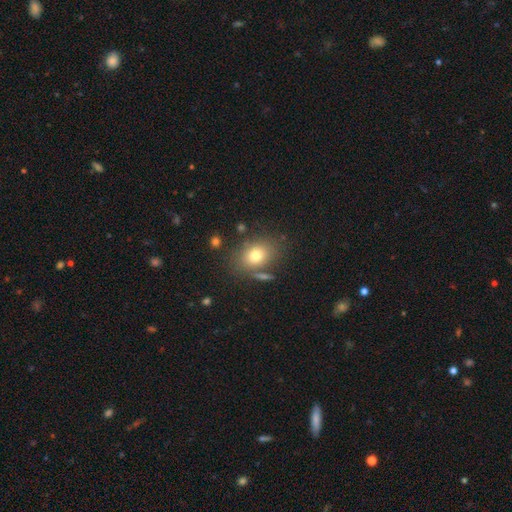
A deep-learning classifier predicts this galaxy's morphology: Q: Smooth or featured?
A: smooth (76%); runner-up: featured or disk (13%)
Q: How rounded?
A: in between (65%); runner-up: round (34%)
Q: Merging?
A: none (74%); runner-up: minor disturbance (13%)